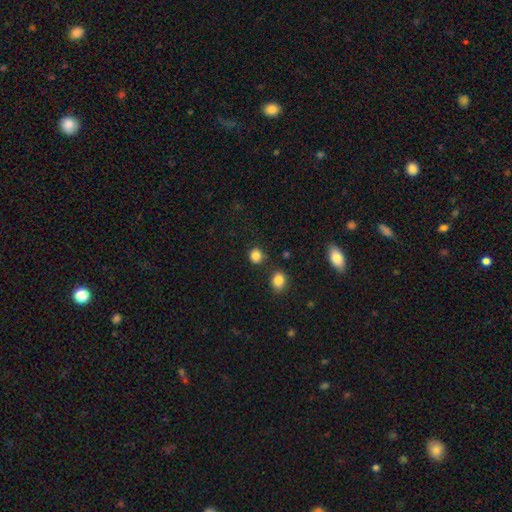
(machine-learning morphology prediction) smooth 85%, star or artifact 11%, featured or disk 4%. Down the decision tree: how rounded — round (79%); merging — none (79%).